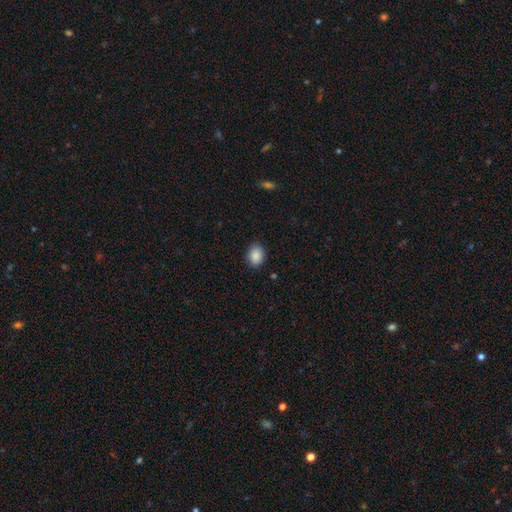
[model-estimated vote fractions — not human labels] A smooth galaxy with no disk features (89%) that is in between round and cigar-shaped (64%).

Vote fractions:
- Smooth or featured? smooth: 89% / star or artifact: 8% / featured or disk: 3%
- How rounded? in between: 64% / round: 35% / cigar-shaped: 1%
- Merging? none: 86% / minor disturbance: 10% / major disturbance: 2% / merger: 1%